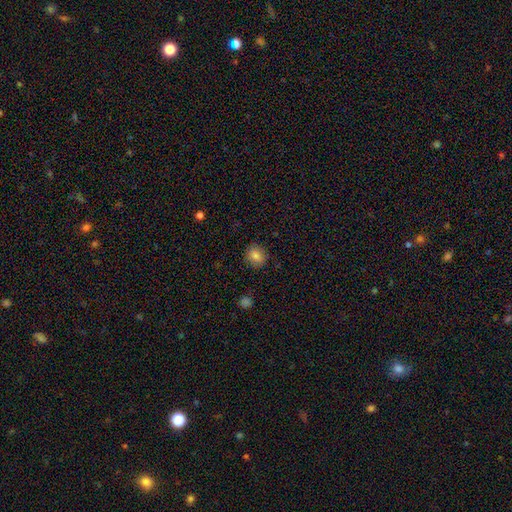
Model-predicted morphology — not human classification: Smooth or featured? Predicted: smooth (p=0.81). How rounded? Predicted: round (p=0.75). Merging? Predicted: none (p=0.88).